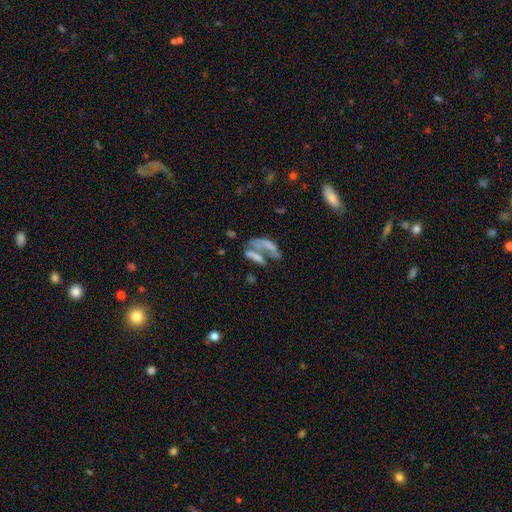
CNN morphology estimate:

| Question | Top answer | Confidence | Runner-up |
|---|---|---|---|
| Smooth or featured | smooth | 42% | featured or disk (40%) |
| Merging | merger | 54% | none (22%) |